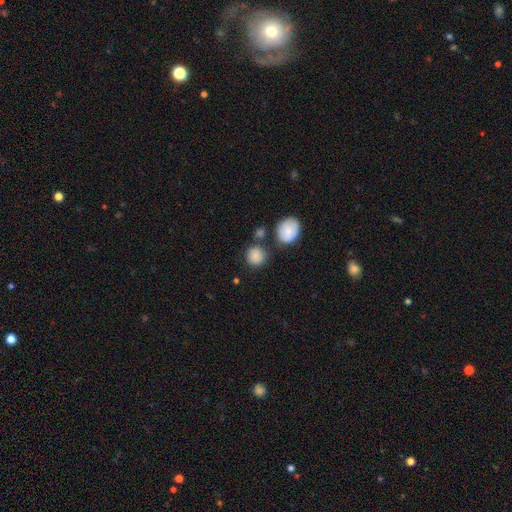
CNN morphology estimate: Smooth or featured? smooth (85%)
How rounded? round (88%)
Merging? none (71%)